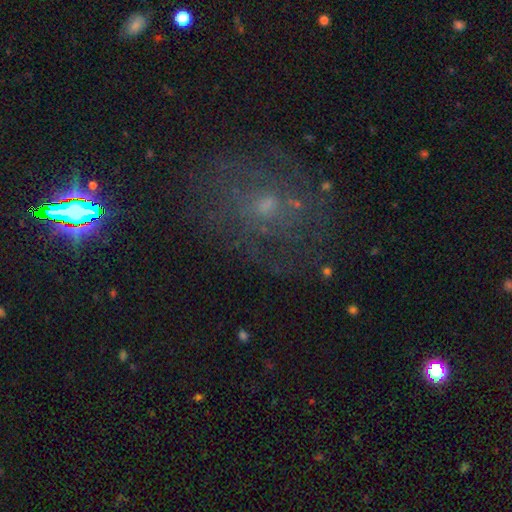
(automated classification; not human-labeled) This appears to be a featured or disk galaxy (48%). Merging: none (68%).